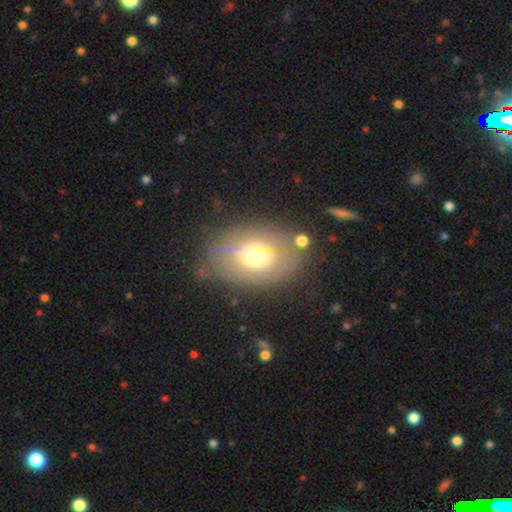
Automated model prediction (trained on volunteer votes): Morphology: type=smooth (57%); roundness=in between (76%); merging=none (65%).